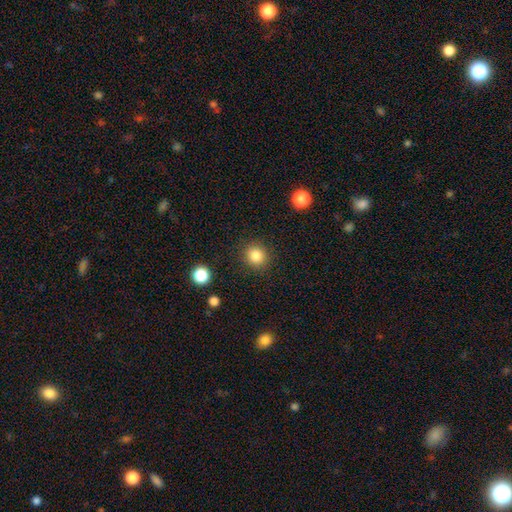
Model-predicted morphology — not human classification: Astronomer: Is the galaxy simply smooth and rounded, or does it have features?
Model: smooth — 84%.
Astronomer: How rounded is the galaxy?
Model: round — 90%.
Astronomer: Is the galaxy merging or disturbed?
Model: none — 89%.